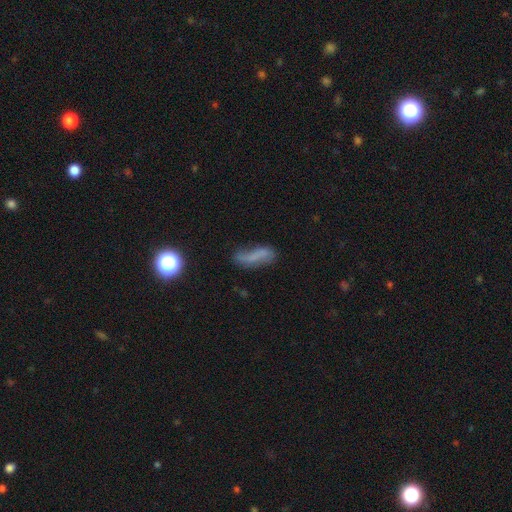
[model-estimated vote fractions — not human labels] A smooth galaxy with no disk features (51%) that is in between round and cigar-shaped (53%). Merging: none (50%).